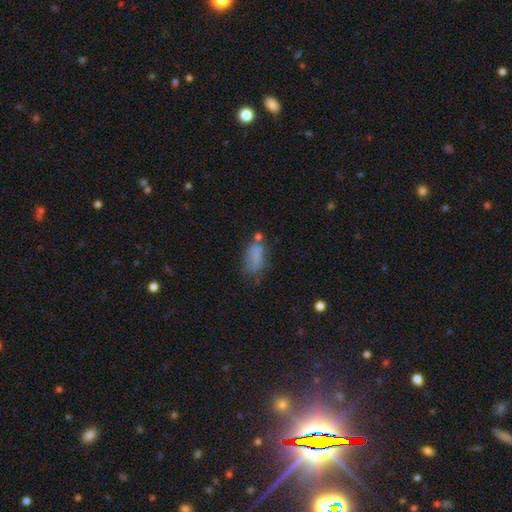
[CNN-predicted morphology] Smooth or featured? Predicted: smooth (p=0.65). How rounded? Predicted: in between (p=0.86). Merging? Predicted: none (p=0.38).